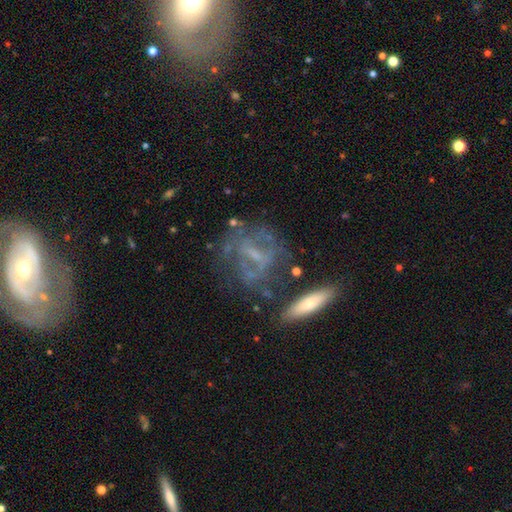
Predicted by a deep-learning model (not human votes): Q: Smooth or featured?
A: featured or disk (64%); runner-up: smooth (22%)
Q: Edge-on disk?
A: no (90%); runner-up: yes (10%)
Q: Bar?
A: no (44%); runner-up: weak (39%)
Q: Spiral arms?
A: no (52%); runner-up: yes (48%)
Q: Bulge size?
A: small (48%); runner-up: none (30%)
Q: Merging?
A: none (56%); runner-up: minor disturbance (19%)